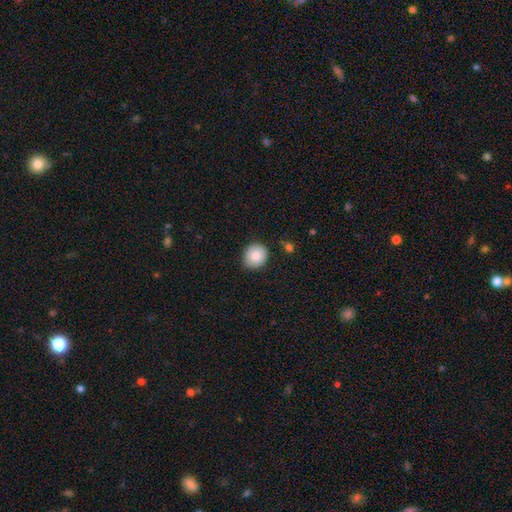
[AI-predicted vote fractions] The model was most divided on "how rounded": round: 75%, in between: 25%, cigar-shaped: 1%. More confident: smooth or featured — smooth (84%); merging — none (83%).